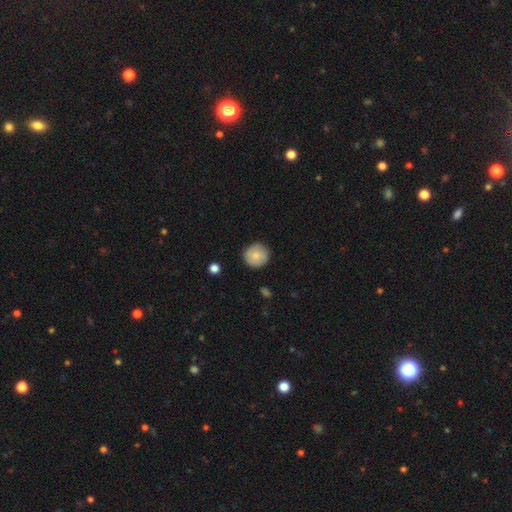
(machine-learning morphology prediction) Smooth or featured? Predicted: smooth (p=0.79). How rounded? Predicted: round (p=0.94). Merging? Predicted: none (p=0.87).